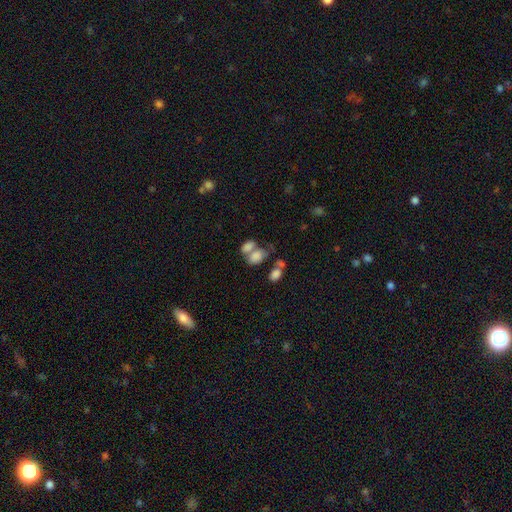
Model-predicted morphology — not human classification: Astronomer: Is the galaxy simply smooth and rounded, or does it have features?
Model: smooth — 77%.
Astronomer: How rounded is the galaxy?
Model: in between — 83%.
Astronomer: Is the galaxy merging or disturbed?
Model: merger — 56%.